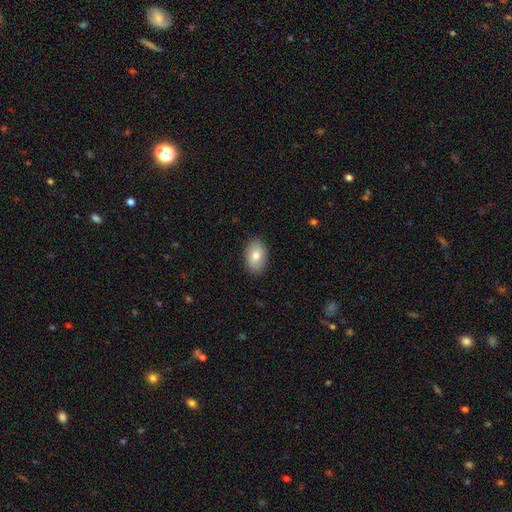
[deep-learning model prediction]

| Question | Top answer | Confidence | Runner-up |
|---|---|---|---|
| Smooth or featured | smooth | 80% | featured or disk (13%) |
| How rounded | in between | 89% | round (9%) |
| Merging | none | 88% | minor disturbance (9%) |